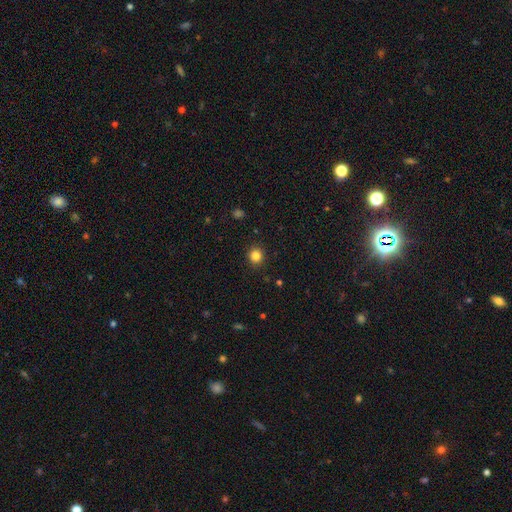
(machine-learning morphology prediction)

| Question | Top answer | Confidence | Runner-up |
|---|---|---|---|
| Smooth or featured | smooth | 84% | star or artifact (12%) |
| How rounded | round | 89% | in between (10%) |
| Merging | none | 91% | minor disturbance (6%) |